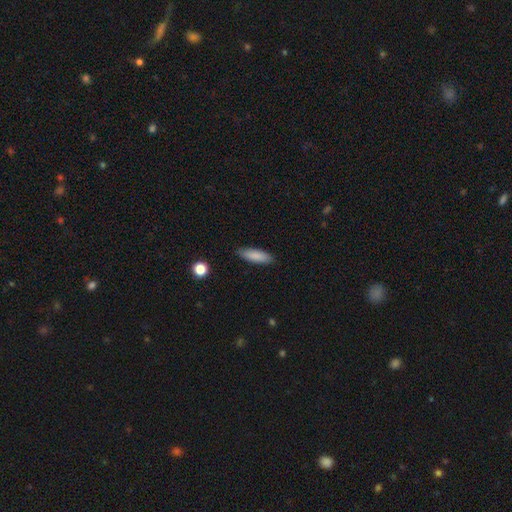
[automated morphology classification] Smooth or featured: smooth — 85% (featured or disk — 8%)
How rounded: in between — 50% (cigar-shaped — 49%)
Merging: none — 85% (minor disturbance — 11%)